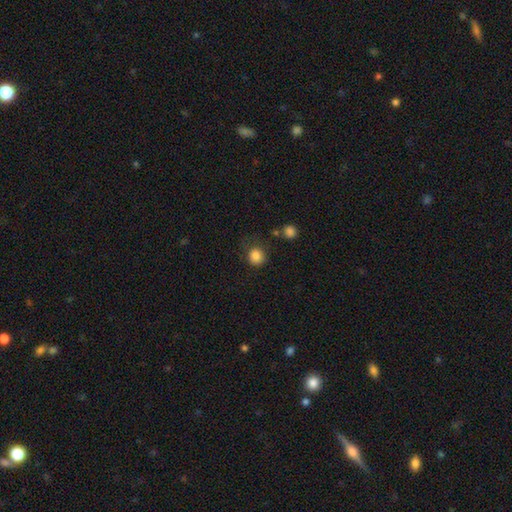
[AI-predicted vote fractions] Overall: smooth (85%). How rounded: round (87%). Merging: none (72%).